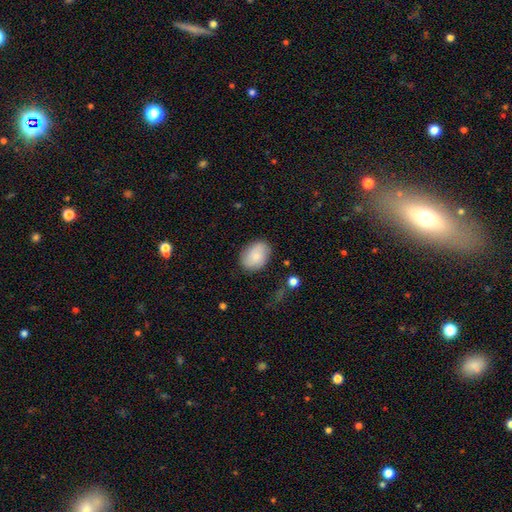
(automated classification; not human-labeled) Morphology: type=smooth (76%); roundness=in between (74%); merging=none (80%).